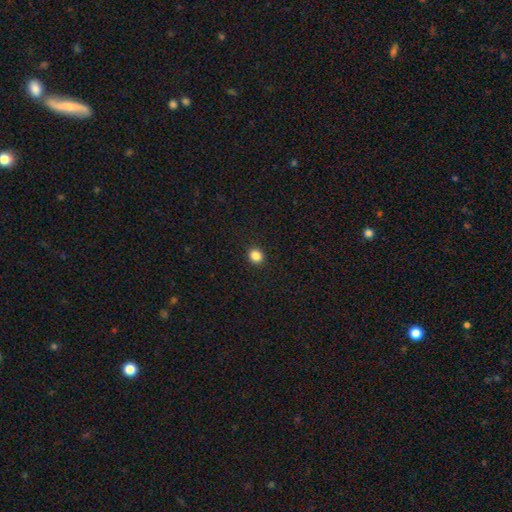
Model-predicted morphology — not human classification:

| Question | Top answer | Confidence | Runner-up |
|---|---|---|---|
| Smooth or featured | smooth | 85% | star or artifact (11%) |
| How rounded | round | 81% | in between (19%) |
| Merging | none | 92% | minor disturbance (5%) |